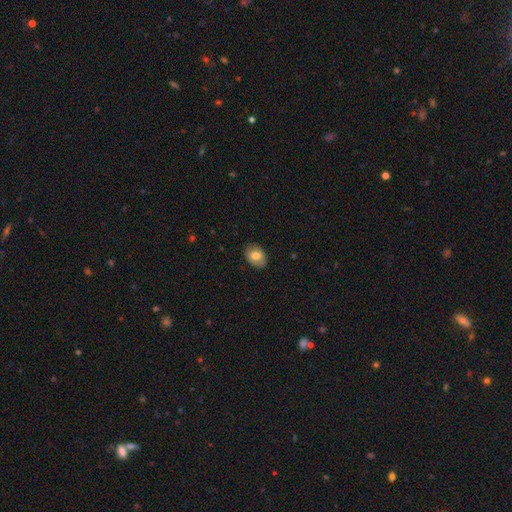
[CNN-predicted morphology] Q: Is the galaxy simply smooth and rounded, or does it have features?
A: smooth — 73%.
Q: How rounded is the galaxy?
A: in between — 73%.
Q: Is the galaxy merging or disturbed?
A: none — 84%.